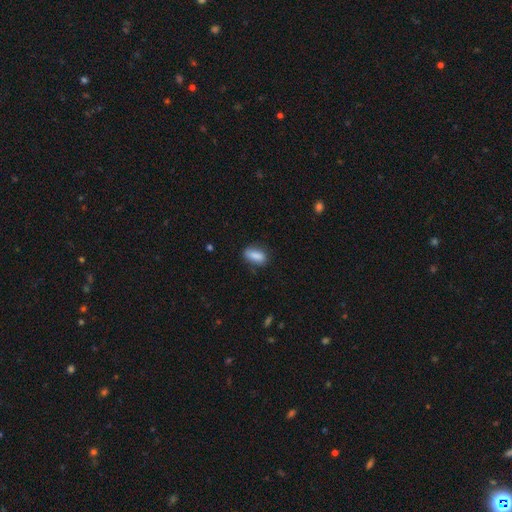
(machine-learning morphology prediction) This appears to be a smooth galaxy with no disk features (84%) that is in between round and cigar-shaped (78%). Merging: none (78%).